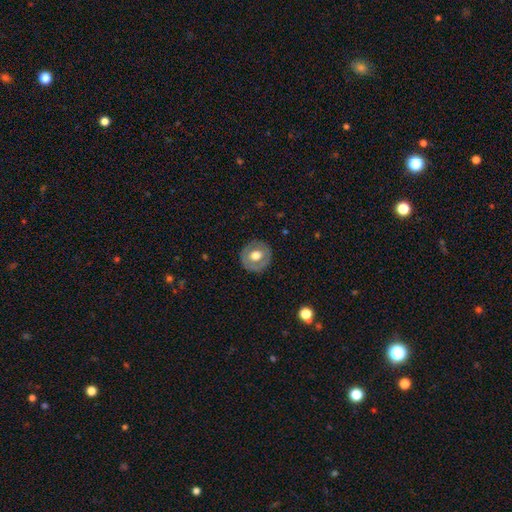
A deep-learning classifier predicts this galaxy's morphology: smooth 55%, featured or disk 39%, star or artifact 7%. Down the decision tree: how rounded — round (87%); merging — none (84%).